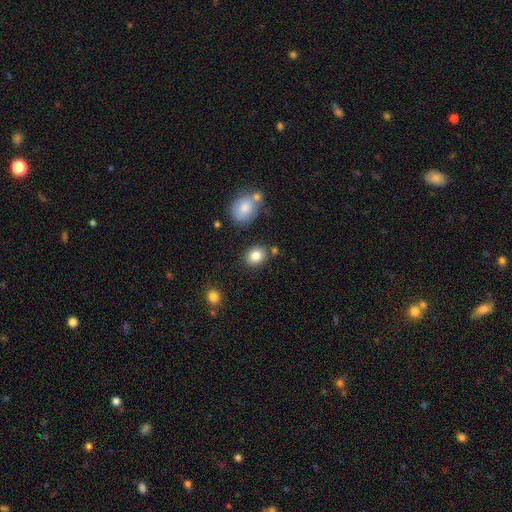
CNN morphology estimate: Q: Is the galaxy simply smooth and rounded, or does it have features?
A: smooth — 83%.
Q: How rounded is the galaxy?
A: round — 56%.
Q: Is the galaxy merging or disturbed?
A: none — 81%.